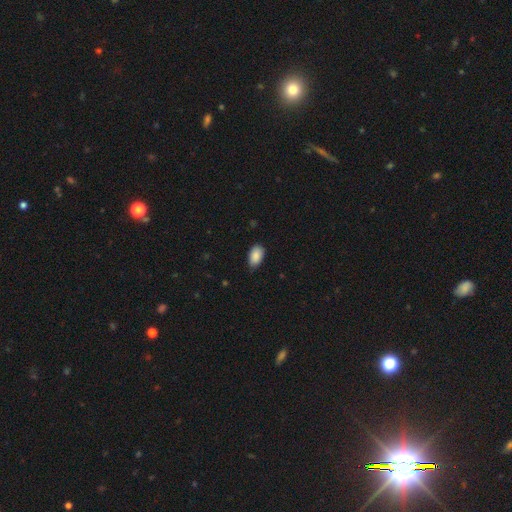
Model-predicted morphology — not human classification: This is clearly a smooth galaxy (88%). How rounded: clearly in between (93%). Merging: likely none (75%).